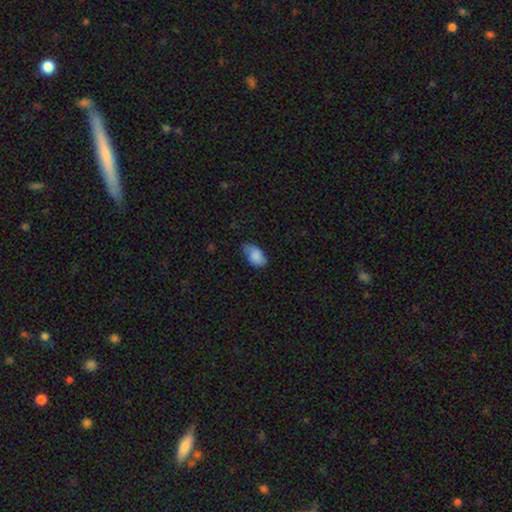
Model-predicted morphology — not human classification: type=smooth (82%); roundness=in between (92%); merging=none (51%).